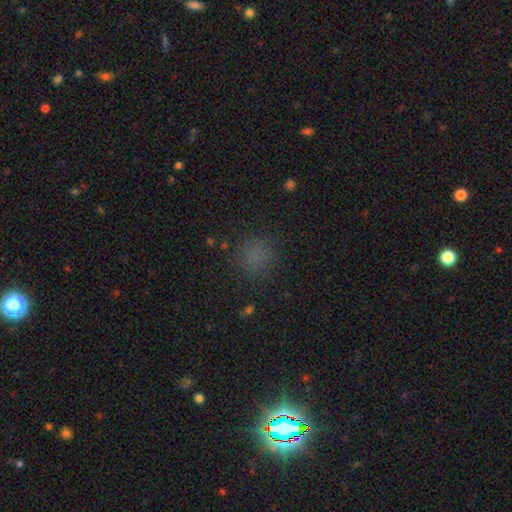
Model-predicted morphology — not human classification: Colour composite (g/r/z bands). It shows a smooth galaxy with no disk features (74%) that is round (89%). Merging: none (84%).